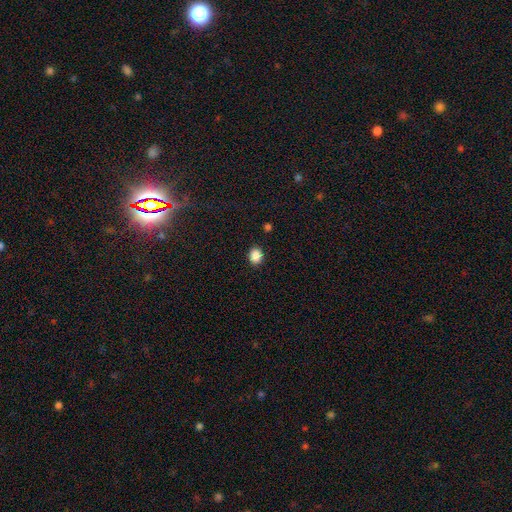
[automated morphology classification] Q: Smooth or featured?
A: smooth (88%); runner-up: star or artifact (9%)
Q: How rounded?
A: round (57%); runner-up: in between (42%)
Q: Merging?
A: none (89%); runner-up: minor disturbance (7%)